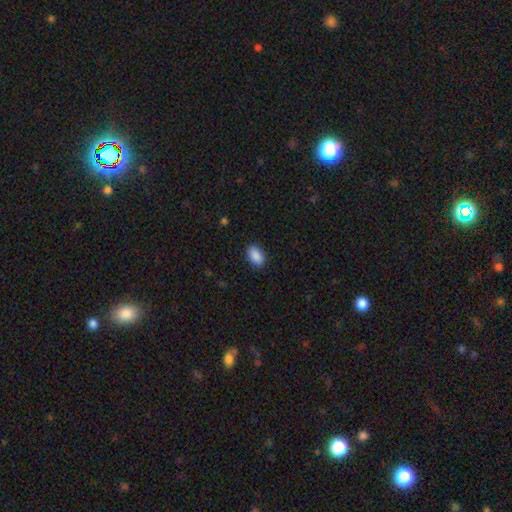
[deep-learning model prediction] The model was most divided on "merging": none: 89%, minor disturbance: 8%, major disturbance: 2%, merger: 1%. More confident: how rounded — in between (92%); smooth or featured — smooth (90%).